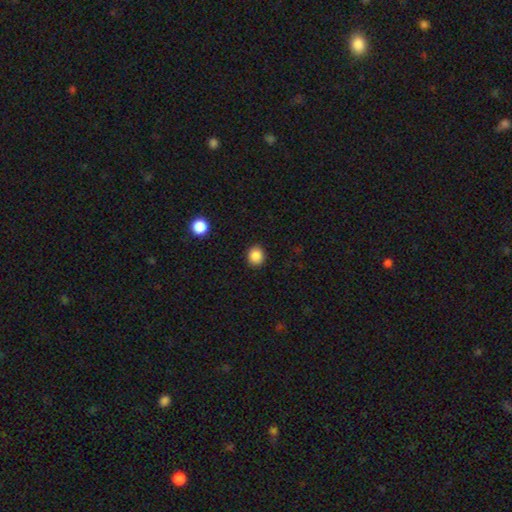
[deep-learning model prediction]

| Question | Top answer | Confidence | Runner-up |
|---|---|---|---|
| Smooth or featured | smooth | 87% | star or artifact (10%) |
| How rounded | round | 80% | in between (19%) |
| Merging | none | 91% | minor disturbance (6%) |